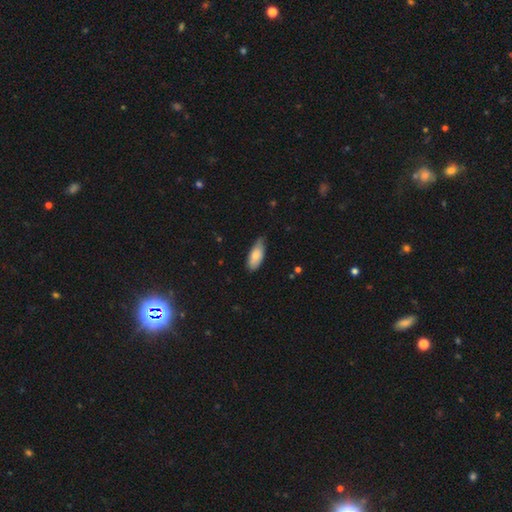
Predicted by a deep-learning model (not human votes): smooth_or_featured: smooth (p=0.78) [alt: featured or disk p=0.16]
how_rounded: in between (p=0.85) [alt: cigar-shaped p=0.13]
merging: none (p=0.58) [alt: minor disturbance p=0.36]